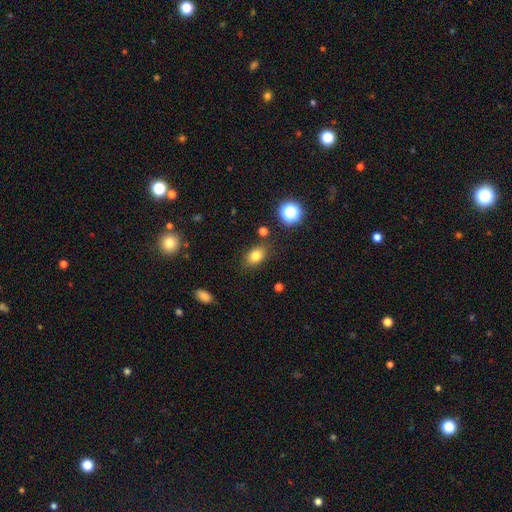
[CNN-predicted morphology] Smooth or featured? Predicted: smooth (p=0.79). How rounded? Predicted: in between (p=0.75). Merging? Predicted: none (p=0.80).